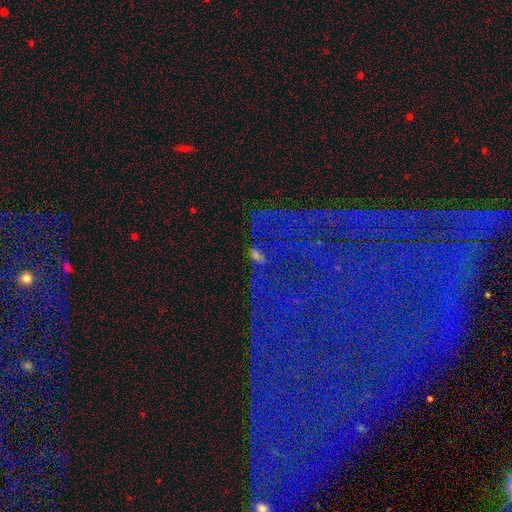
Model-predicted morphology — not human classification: star or artifact 73%, smooth 13%, featured or disk 13%.